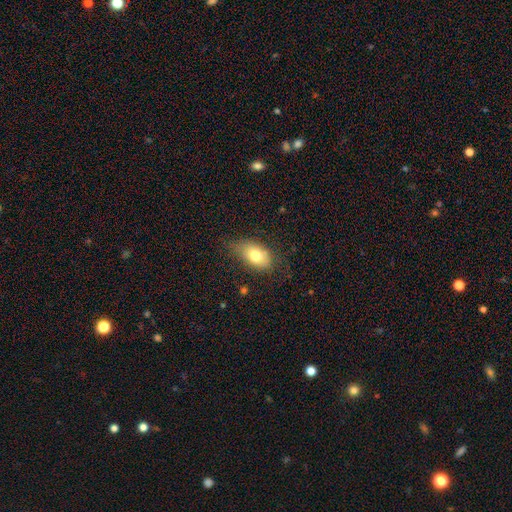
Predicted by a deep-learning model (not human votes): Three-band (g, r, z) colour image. It shows a smooth galaxy with no disk features (76%) that is in between round and cigar-shaped (89%). Merging: none (63%).